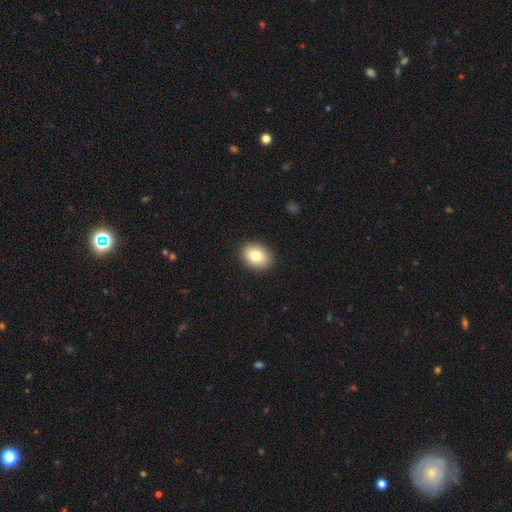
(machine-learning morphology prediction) This is clearly a smooth galaxy (81%). How rounded: likely in between (61%). Merging: clearly none (90%).